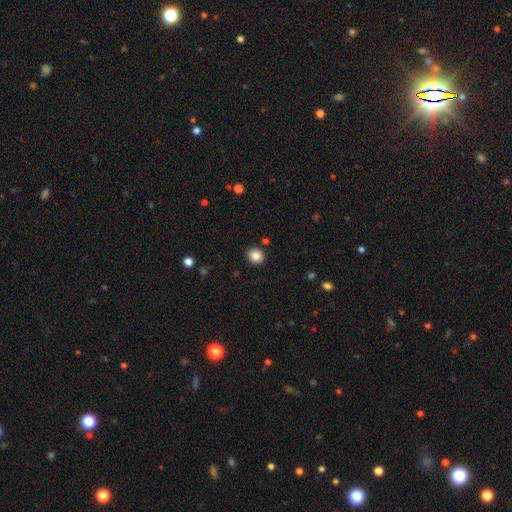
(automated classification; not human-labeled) The model was most divided on "how rounded": round: 82%, in between: 17%, cigar-shaped: 1%. More confident: merging — none (89%); smooth or featured — smooth (85%).